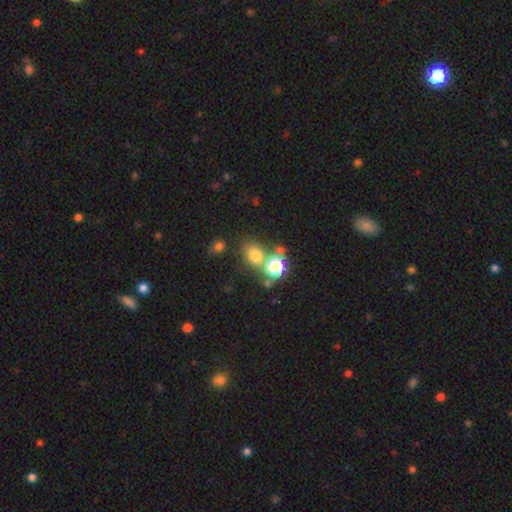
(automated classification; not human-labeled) This is likely a smooth galaxy (69%). How rounded: likely round (65%). Merging: possibly none (57%).